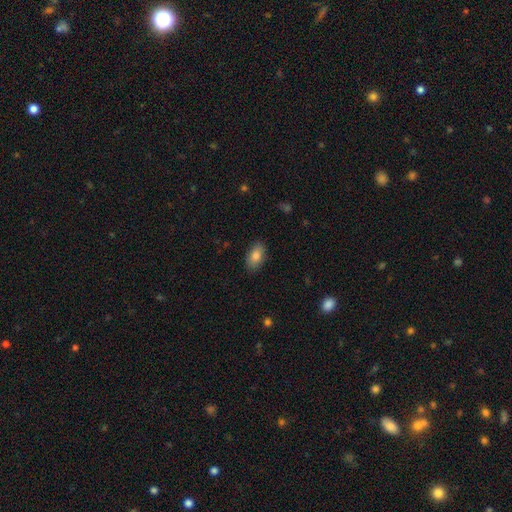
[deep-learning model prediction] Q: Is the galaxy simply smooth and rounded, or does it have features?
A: smooth — 85%.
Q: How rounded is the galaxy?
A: in between — 92%.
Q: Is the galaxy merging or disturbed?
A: none — 86%.